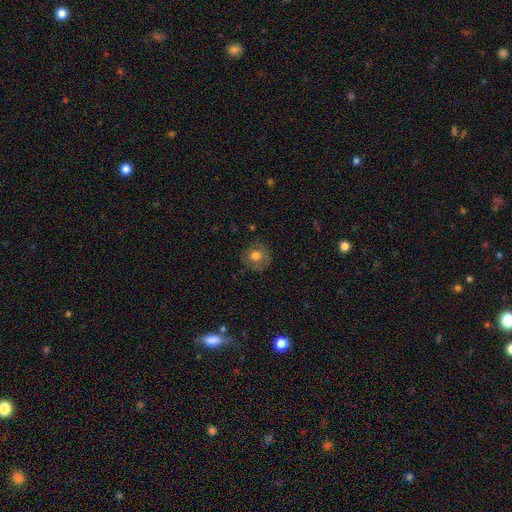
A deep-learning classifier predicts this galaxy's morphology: Smooth or featured? smooth (68%)
How rounded? round (87%)
Merging? none (77%)